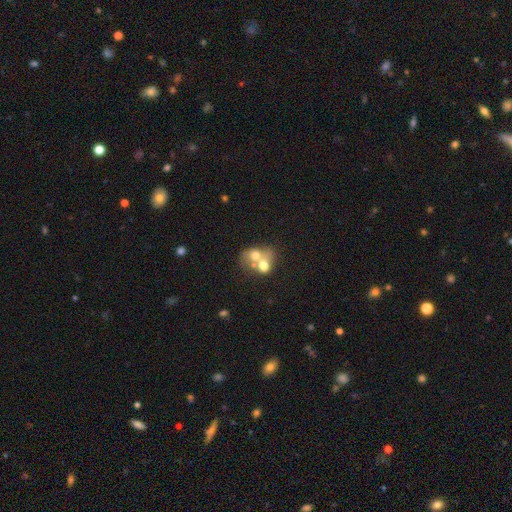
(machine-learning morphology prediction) Overall: smooth (60%; featured or disk 29%). How rounded: round (52%; in between 47%). Merging: merger (70%).